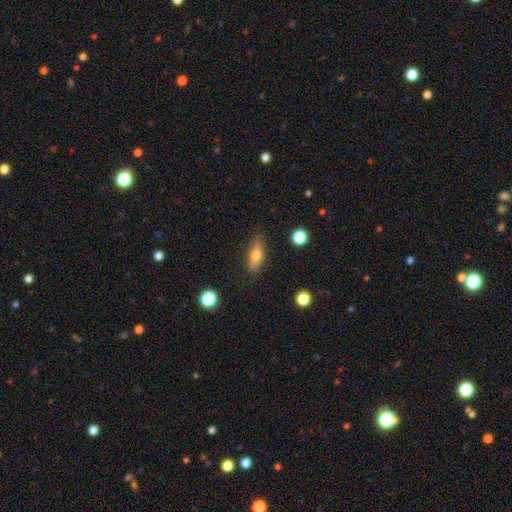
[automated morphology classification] Overall: smooth (74%). How rounded: in between (65%; cigar-shaped 31%). Merging: none (82%).